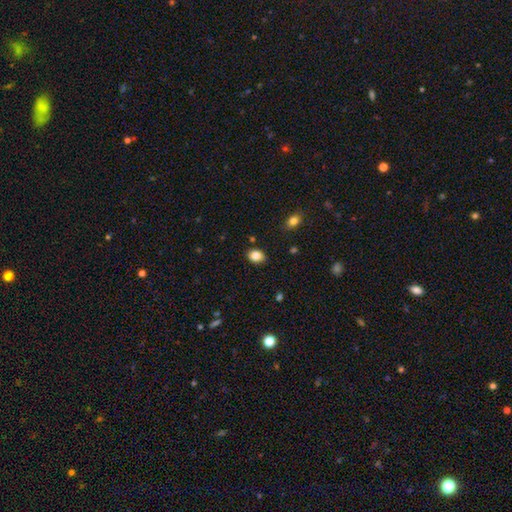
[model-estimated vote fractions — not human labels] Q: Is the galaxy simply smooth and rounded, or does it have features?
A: smooth — 83%.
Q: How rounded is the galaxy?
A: in between — 61%.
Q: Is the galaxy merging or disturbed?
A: none — 86%.